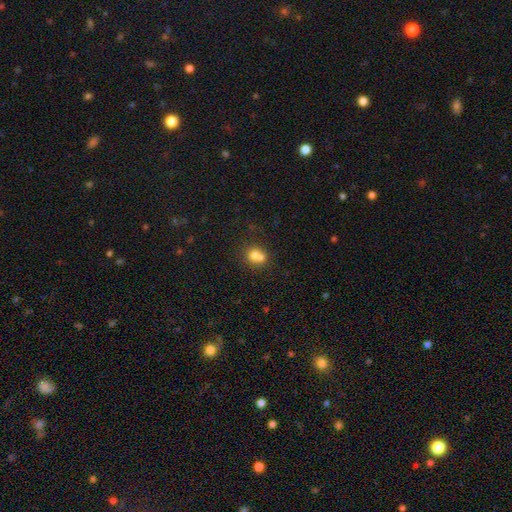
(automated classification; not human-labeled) Q: Smooth or featured?
A: smooth (71%); runner-up: featured or disk (17%)
Q: How rounded?
A: round (76%); runner-up: in between (23%)
Q: Merging?
A: merger (55%); runner-up: none (34%)